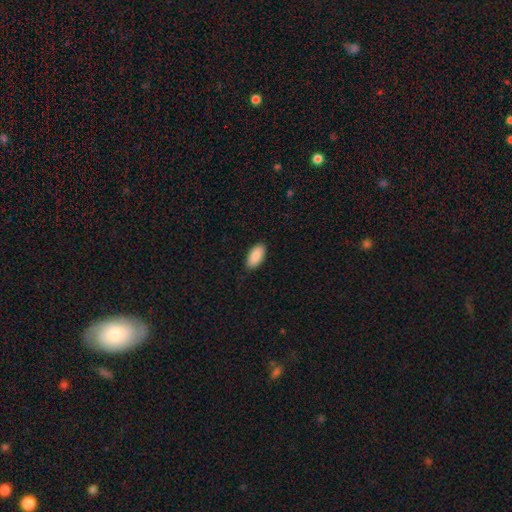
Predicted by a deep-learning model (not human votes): A smooth galaxy with no disk features (91%) that is in between round and cigar-shaped (93%). Merging: none (88%).